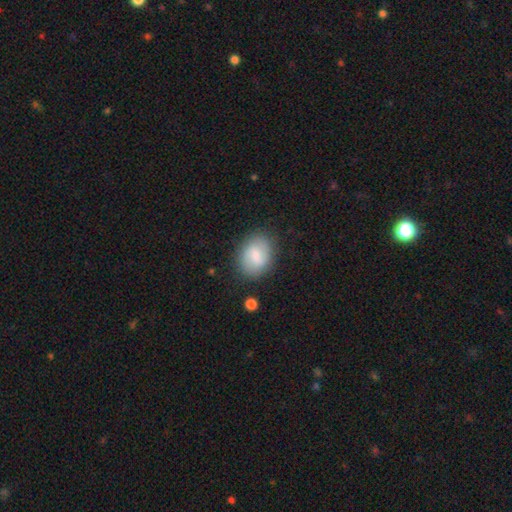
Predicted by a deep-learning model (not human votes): A smooth galaxy with no disk features (68%) that is in between round and cigar-shaped (57%). Merging: none (81%).